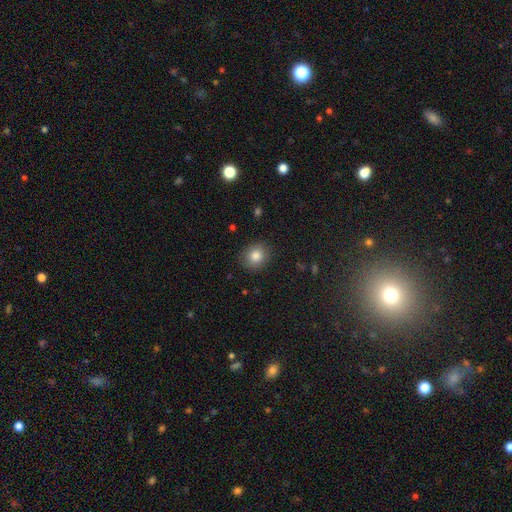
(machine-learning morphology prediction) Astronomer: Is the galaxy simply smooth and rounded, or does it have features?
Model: smooth — 83%.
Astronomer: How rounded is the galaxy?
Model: round — 69%.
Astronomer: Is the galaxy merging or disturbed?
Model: none — 87%.